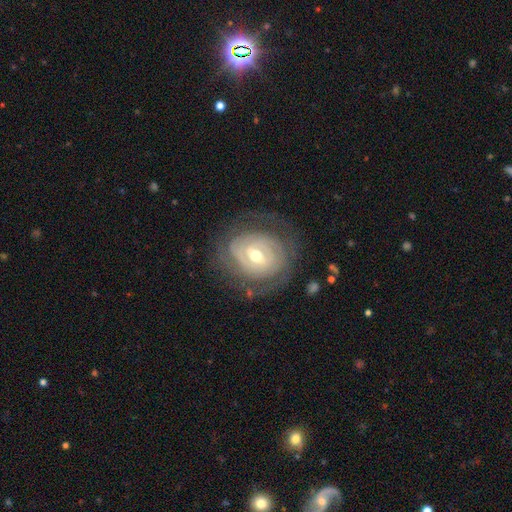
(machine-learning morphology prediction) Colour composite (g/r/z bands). It shows a featured or disk galaxy (83%) with a weak bar (47%), tight (75%) spiral arms (87%) and a moderate central bulge (65%). Merging: none (72%).